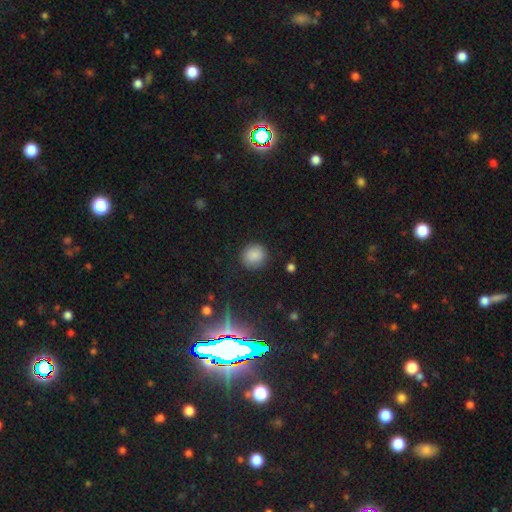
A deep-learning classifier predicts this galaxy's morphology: smooth_or_featured: smooth (p=0.80) [alt: star or artifact p=0.15]
how_rounded: round (p=0.89) [alt: in between p=0.10]
merging: none (p=0.87) [alt: minor disturbance p=0.08]